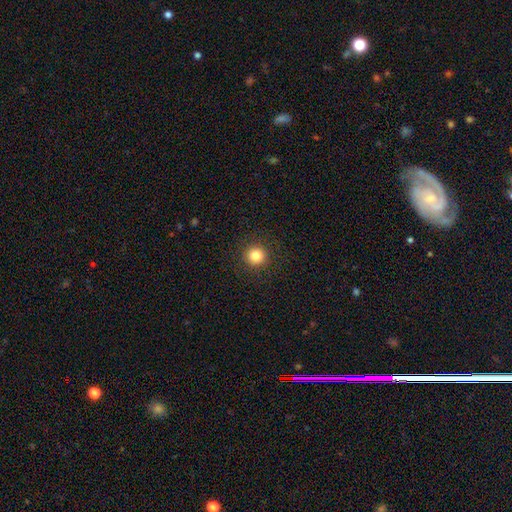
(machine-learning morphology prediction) A smooth galaxy with no disk features (82%) that is round (95%).

Vote fractions:
- Smooth or featured? smooth: 82% / star or artifact: 12% / featured or disk: 5%
- How rounded? round: 95% / in between: 4% / cigar-shaped: 1%
- Merging? none: 92% / minor disturbance: 5% / major disturbance: 2% / merger: 1%